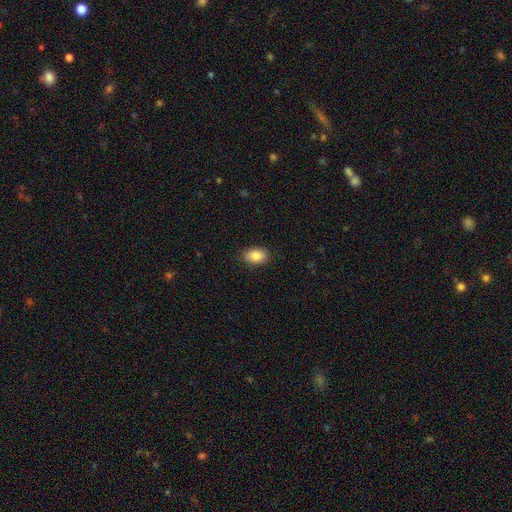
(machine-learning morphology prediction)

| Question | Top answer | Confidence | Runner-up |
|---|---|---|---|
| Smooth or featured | smooth | 85% | star or artifact (8%) |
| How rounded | in between | 85% | round (13%) |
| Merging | none | 88% | minor disturbance (9%) |